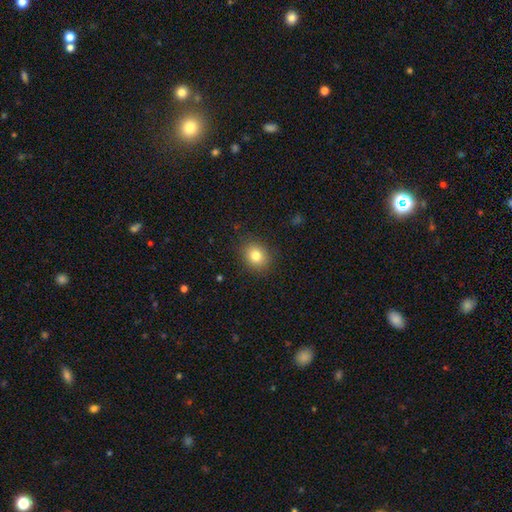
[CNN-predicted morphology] This is clearly a smooth galaxy (81%). How rounded: likely round (65%). Merging: clearly none (87%).